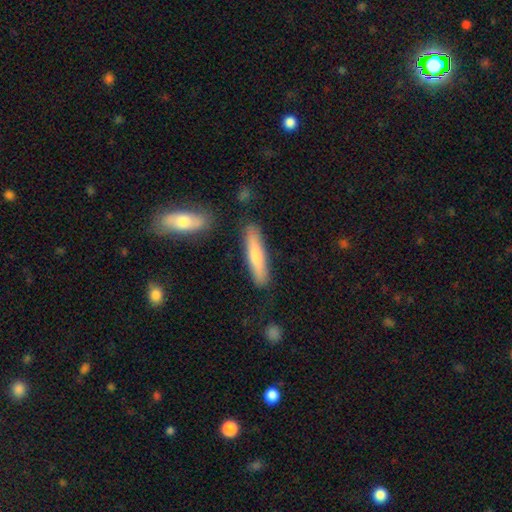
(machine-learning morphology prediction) type=smooth (52%); roundness=cigar-shaped (83%); merging=none (81%).